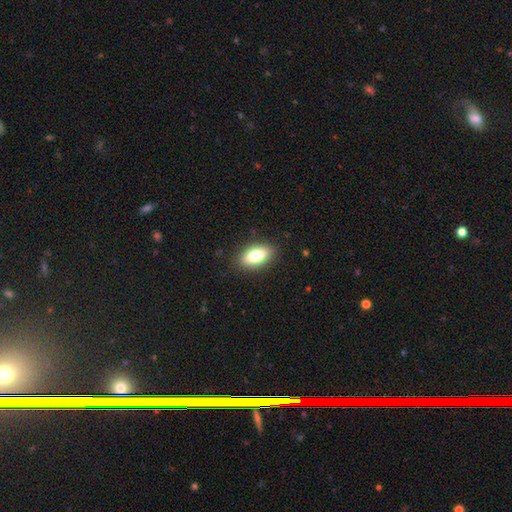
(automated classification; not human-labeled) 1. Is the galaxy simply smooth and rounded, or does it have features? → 79% smooth, 14% featured or disk, 7% star or artifact.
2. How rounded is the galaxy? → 86% in between, 10% cigar-shaped, 4% round.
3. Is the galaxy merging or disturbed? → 87% none, 10% minor disturbance, 3% major disturbance, 1% merger.